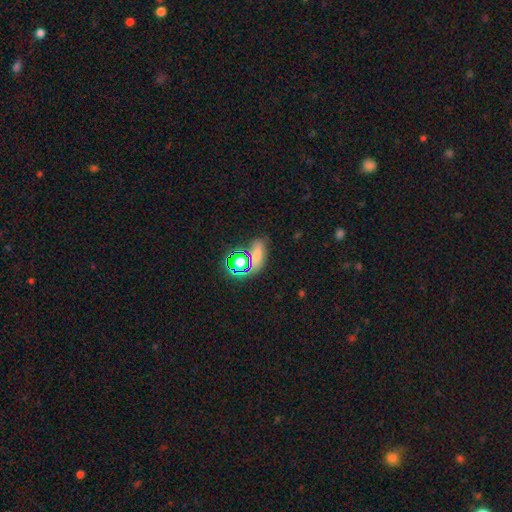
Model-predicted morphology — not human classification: type=star or artifact (51%).